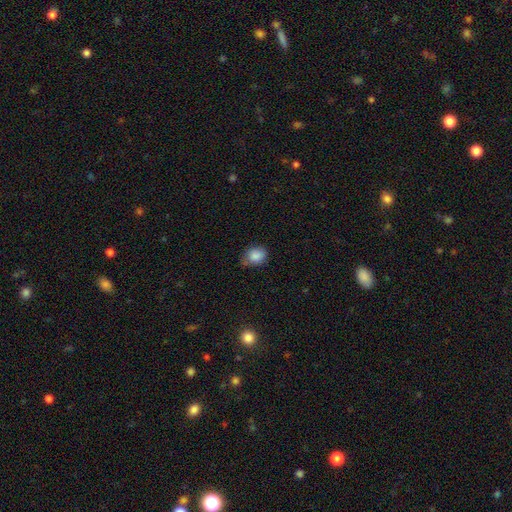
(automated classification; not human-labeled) Smooth or featured? Predicted: smooth (p=0.86). How rounded? Predicted: in between (p=0.51). Merging? Predicted: none (p=0.62).